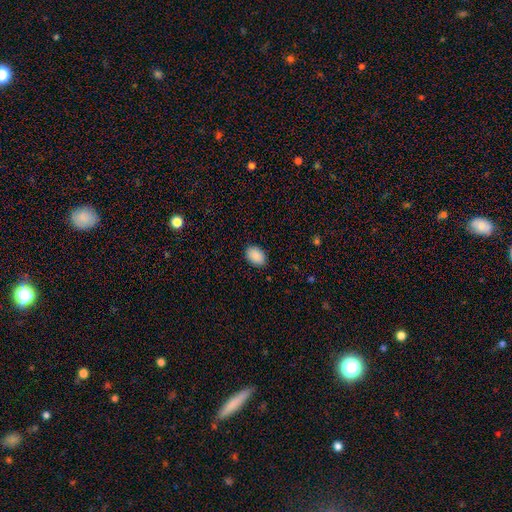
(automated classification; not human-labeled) A smooth galaxy with no disk features (90%) that is in between round and cigar-shaped (83%).

Vote fractions:
- Smooth or featured? smooth: 90% / star or artifact: 7% / featured or disk: 3%
- How rounded? in between: 83% / round: 16% / cigar-shaped: 1%
- Merging? none: 88% / minor disturbance: 9% / major disturbance: 2% / merger: 1%